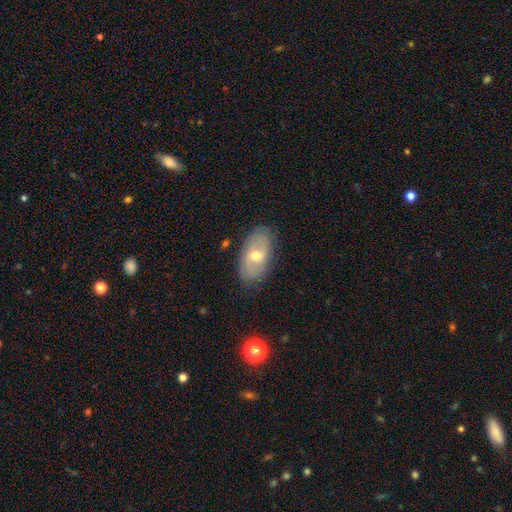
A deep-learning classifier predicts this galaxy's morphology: Smooth or featured? Predicted: featured or disk (p=0.56). Edge-on disk? Predicted: no (p=0.91). Bar? Predicted: no (p=0.51). Spiral arms? Predicted: yes (p=0.68). Bulge size? Predicted: moderate (p=0.60). Merging? Predicted: none (p=0.81).